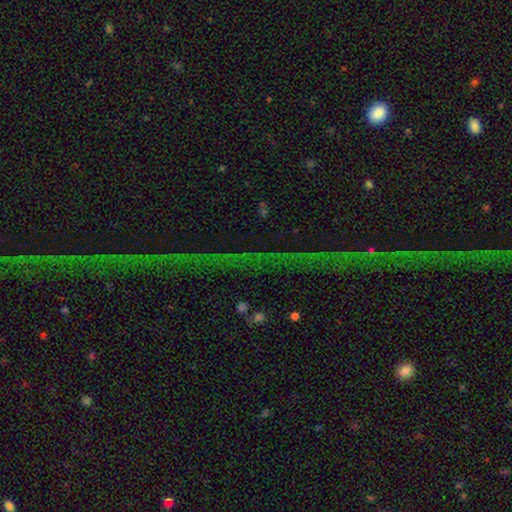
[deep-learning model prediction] This appears to be a star or artifact, not a galaxy (79%).